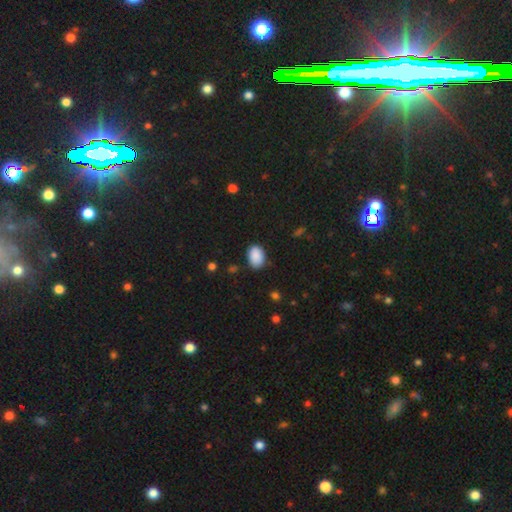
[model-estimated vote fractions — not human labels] A smooth galaxy with no disk features (89%) that is in between round and cigar-shaped (82%). Merging: none (80%).